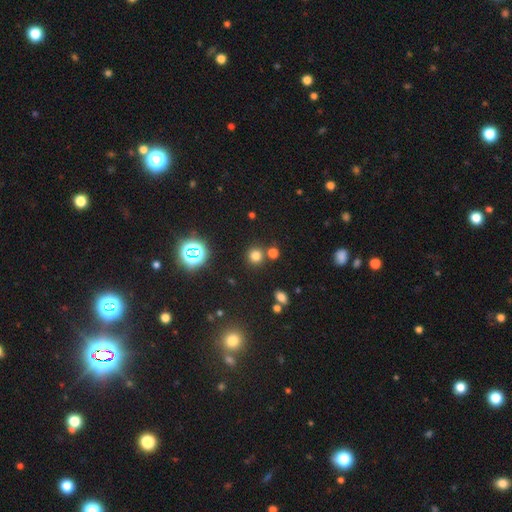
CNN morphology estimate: Overall: smooth (68%). How rounded: round (91%). Merging: none (79%).